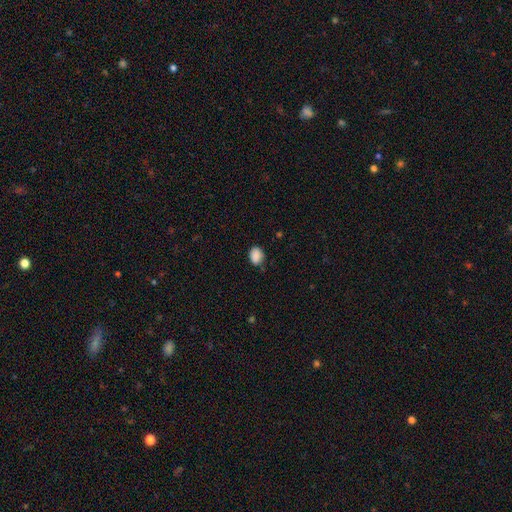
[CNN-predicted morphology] The model was most divided on "how rounded": in between: 62%, round: 37%, cigar-shaped: 1%. More confident: smooth or featured — smooth (88%); merging — none (75%).